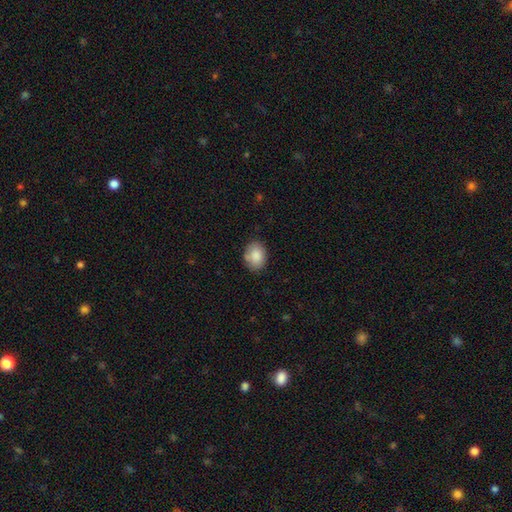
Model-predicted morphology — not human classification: A smooth galaxy with no disk features (86%) that is in between round and cigar-shaped (64%).

Vote fractions:
- Smooth or featured? smooth: 86% / star or artifact: 7% / featured or disk: 7%
- How rounded? in between: 64% / round: 35% / cigar-shaped: 1%
- Merging? none: 77% / minor disturbance: 17% / major disturbance: 3% / merger: 2%